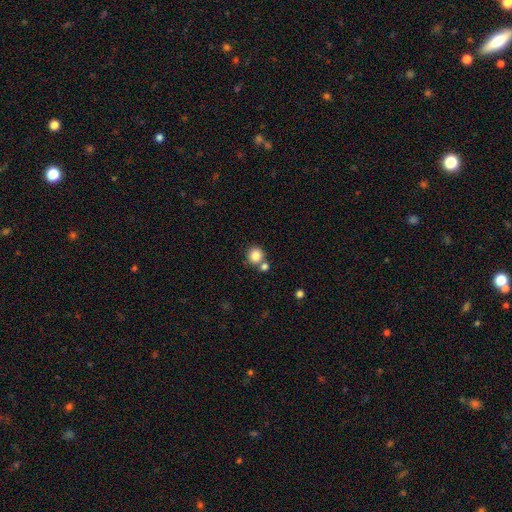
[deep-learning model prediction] smooth_or_featured: smooth (p=0.84) [alt: star or artifact p=0.10]
how_rounded: round (p=0.90) [alt: in between p=0.09]
merging: none (p=0.65) [alt: merger p=0.24]